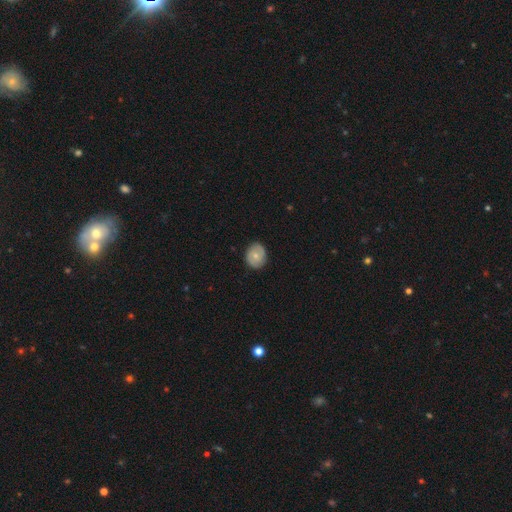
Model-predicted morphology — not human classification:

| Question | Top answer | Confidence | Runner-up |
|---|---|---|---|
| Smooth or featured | smooth | 59% | featured or disk (34%) |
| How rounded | round | 65% | in between (34%) |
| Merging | none | 84% | minor disturbance (13%) |